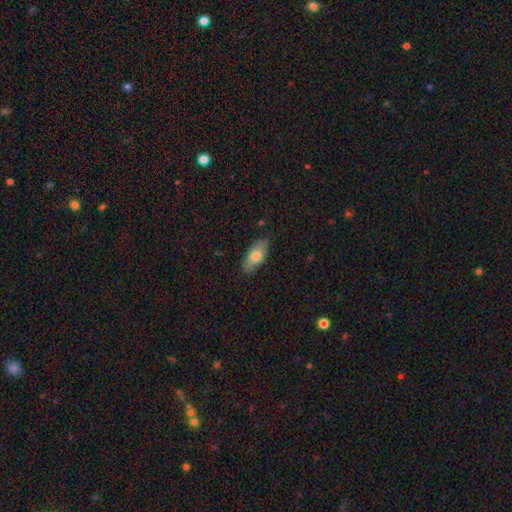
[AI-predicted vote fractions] smooth 71%, featured or disk 23%, star or artifact 6%. Down the decision tree: how rounded — in between (84%); merging — none (81%).